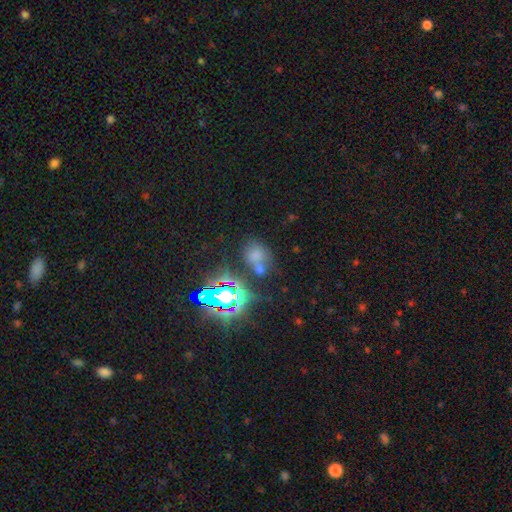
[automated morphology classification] A smooth galaxy with no disk features (57%) that is round (56%). Merging: none (46%).